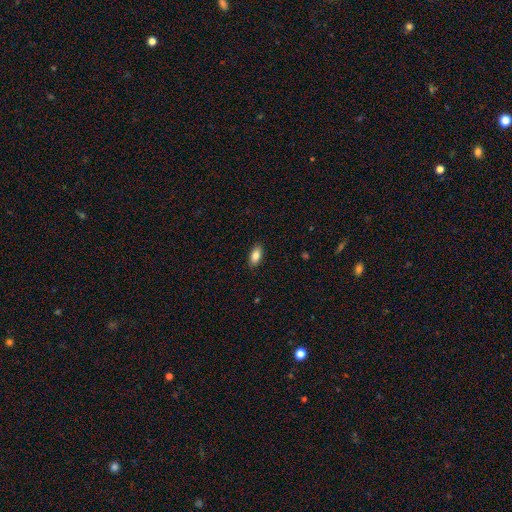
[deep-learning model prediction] Smooth or featured: smooth — 84% (featured or disk — 9%)
How rounded: in between — 90% (cigar-shaped — 6%)
Merging: none — 89% (minor disturbance — 8%)